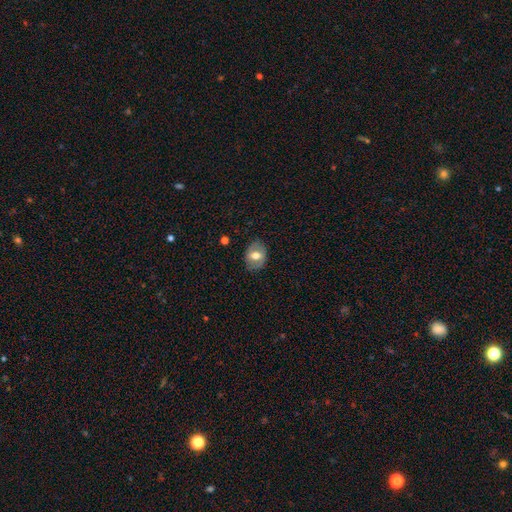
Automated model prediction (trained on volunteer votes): A smooth galaxy with no disk features (56%) that is in between round and cigar-shaped (64%).

Vote fractions:
- Smooth or featured? smooth: 56% / featured or disk: 37% / star or artifact: 7%
- How rounded? in between: 64% / round: 35% / cigar-shaped: 1%
- Merging? none: 82% / minor disturbance: 14% / major disturbance: 4% / merger: 1%